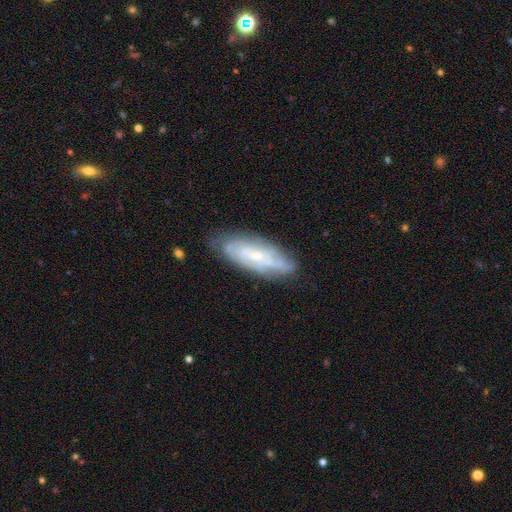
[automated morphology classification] A featured or disk galaxy (63%). Merging: none (74%).